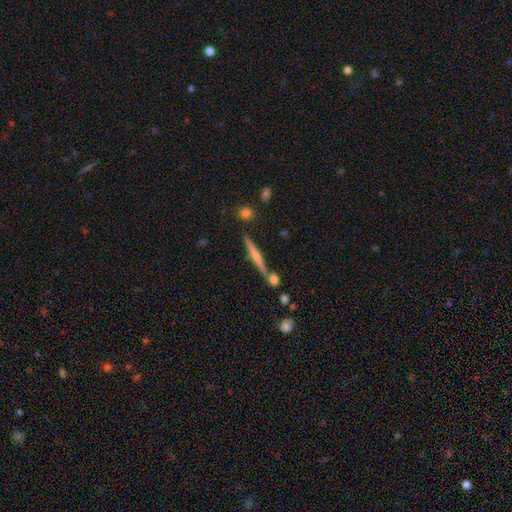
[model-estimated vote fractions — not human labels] Smooth or featured? featured or disk (75%)
Edge-on disk? yes (97%)
Edge-on bulge? rounded (78%)
Merging? none (81%)